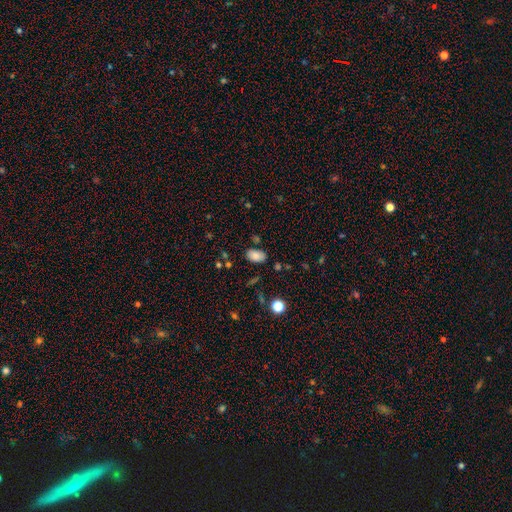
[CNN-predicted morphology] The model was most divided on "merging": none: 79%, minor disturbance: 13%, merger: 4%, major disturbance: 3%. More confident: how rounded — in between (92%); smooth or featured — smooth (83%).